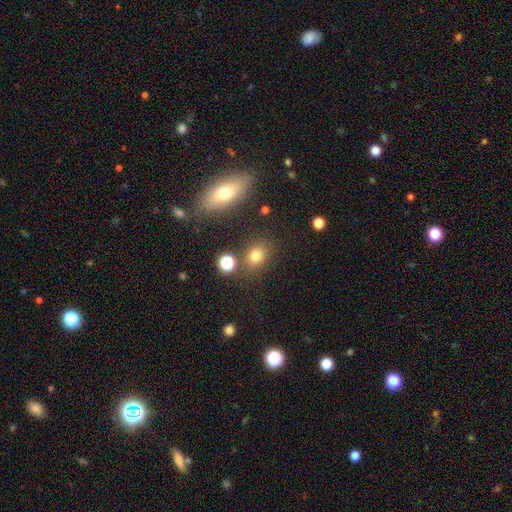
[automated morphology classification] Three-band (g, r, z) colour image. It shows a smooth galaxy with no disk features (76%) that is round (60%). Merging: none (77%).